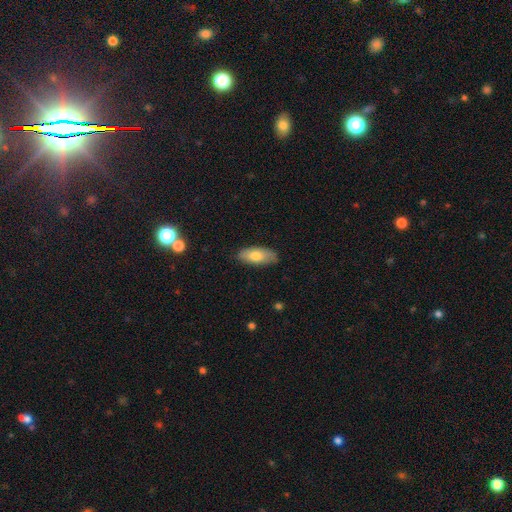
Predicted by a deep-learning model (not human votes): The model was most divided on "smooth or featured": smooth: 74%, featured or disk: 20%, star or artifact: 6%. More confident: how rounded — in between (85%); merging — none (82%).